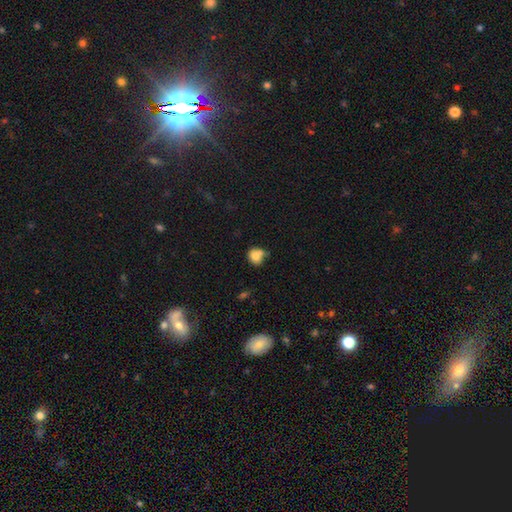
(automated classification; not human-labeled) Q: Smooth or featured?
A: smooth (78%); runner-up: featured or disk (12%)
Q: How rounded?
A: round (71%); runner-up: in between (28%)
Q: Merging?
A: none (45%); runner-up: merger (26%)